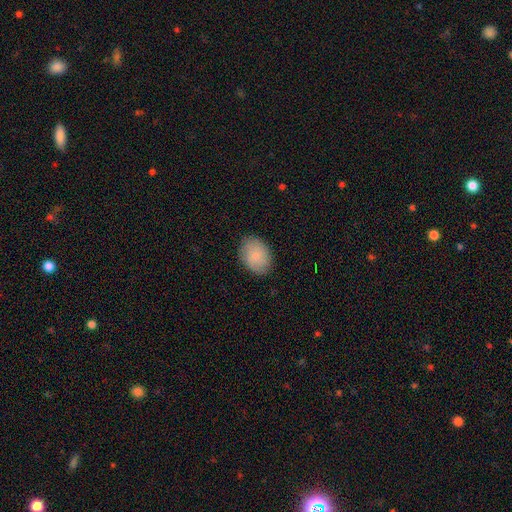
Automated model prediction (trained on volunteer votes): Overall: smooth (80%). How rounded: in between (75%). Merging: none (84%).